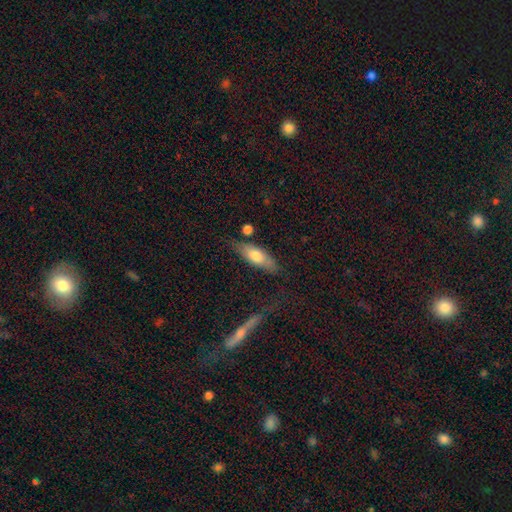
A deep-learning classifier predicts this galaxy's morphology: A smooth galaxy with no disk features (67%) that is in between round and cigar-shaped (62%). Merging: none (70%).